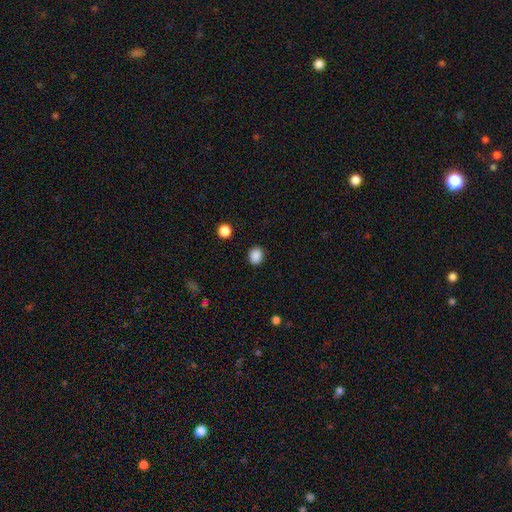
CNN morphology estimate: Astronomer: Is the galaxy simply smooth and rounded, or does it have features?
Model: smooth — 88%.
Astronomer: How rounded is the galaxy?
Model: round — 61% (runner-up: in between, 38%).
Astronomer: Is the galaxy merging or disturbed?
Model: none — 88%.